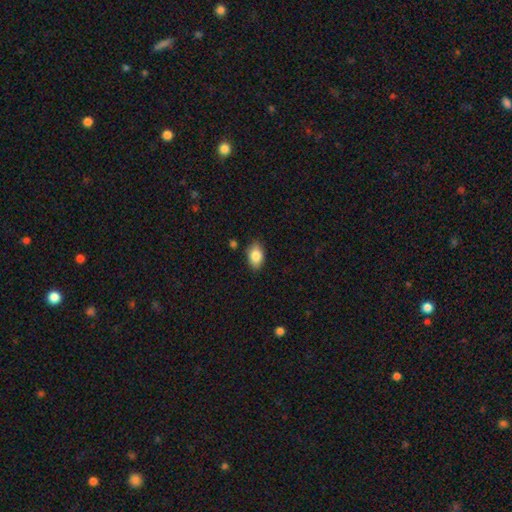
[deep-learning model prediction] A smooth galaxy with no disk features (84%) that is in between round and cigar-shaped (89%). Merging: none (84%).